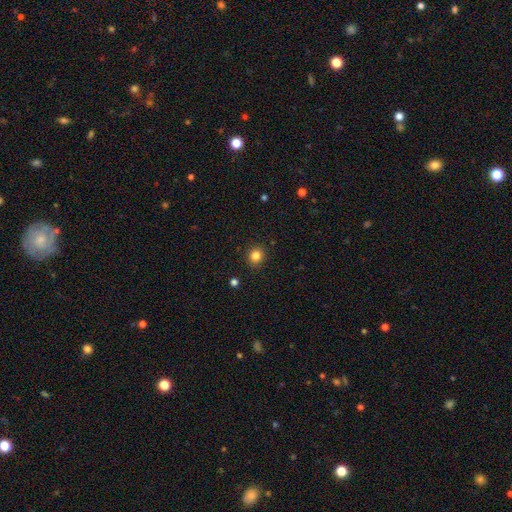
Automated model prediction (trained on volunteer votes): Smooth or featured?
  - smooth: 83% *
  - star or artifact: 12%
  - featured or disk: 5%
How rounded?
  - round: 86% *
  - in between: 13%
  - cigar-shaped: 1%
Merging?
  - none: 91% *
  - minor disturbance: 6%
  - major disturbance: 2%
  - merger: 1%